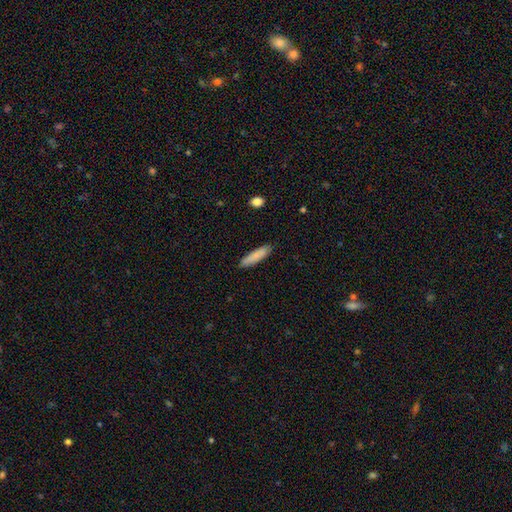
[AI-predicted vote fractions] A smooth galaxy with no disk features (84%) that is cigar-shaped (75%). Merging: none (87%).